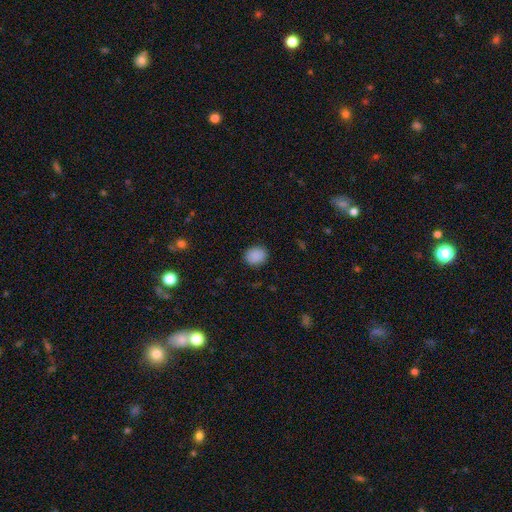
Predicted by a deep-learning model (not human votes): This is clearly a smooth galaxy (89%). How rounded: likely round (61%). Merging: clearly none (89%).